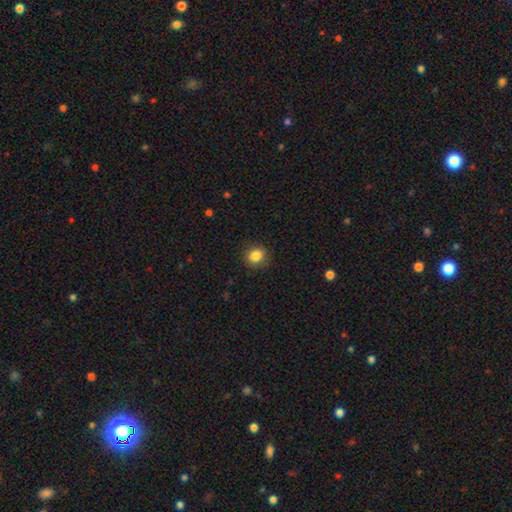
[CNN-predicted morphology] Smooth or featured? Predicted: smooth (p=0.85). How rounded? Predicted: round (p=0.69). Merging? Predicted: none (p=0.86).